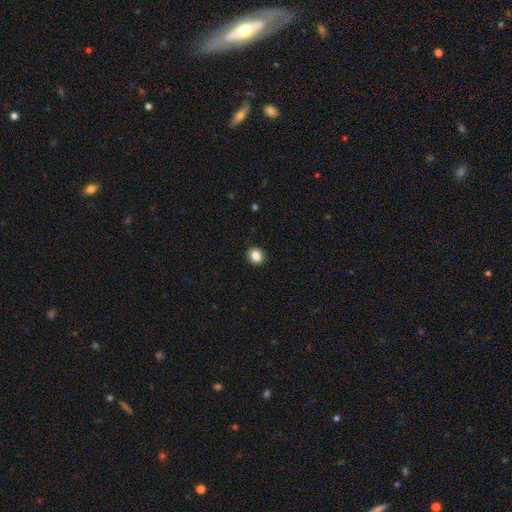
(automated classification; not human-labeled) Morphology: type=smooth (85%); roundness=round (83%); merging=none (92%).